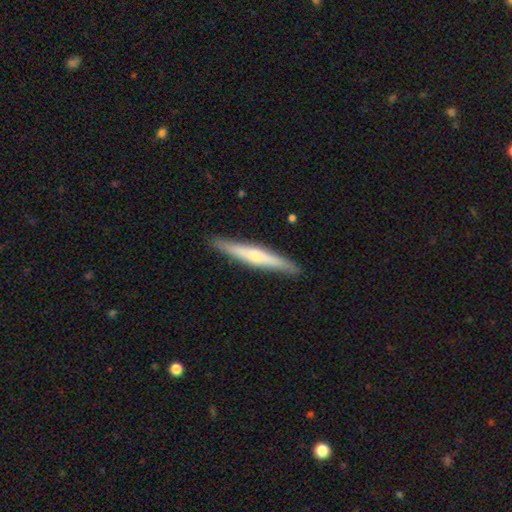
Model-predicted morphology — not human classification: smooth-or-featured: featured or disk: 53% | smooth: 42% | star or artifact: 5%
  disk-edge-on: yes: 95% | no: 5%
    edge-on-bulge: rounded: 67% | none: 25% | boxy: 8%
  merging: none: 90% | minor disturbance: 7% | major disturbance: 1% | merger: 1%